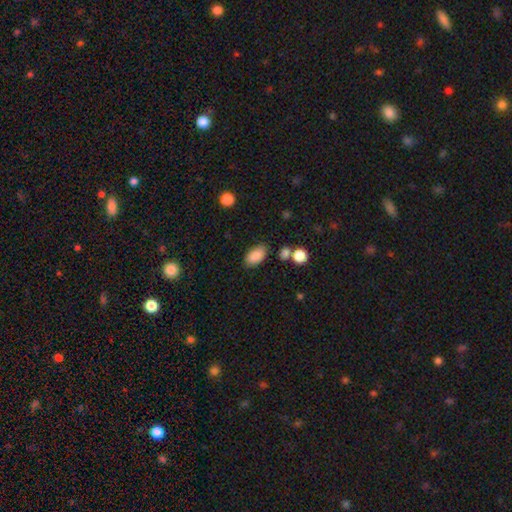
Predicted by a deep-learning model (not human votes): A smooth galaxy with no disk features (86%) that is in between round and cigar-shaped (92%).

Vote fractions:
- Smooth or featured? smooth: 86% / star or artifact: 8% / featured or disk: 6%
- How rounded? in between: 92% / round: 5% / cigar-shaped: 3%
- Merging? none: 80% / minor disturbance: 12% / merger: 5% / major disturbance: 3%